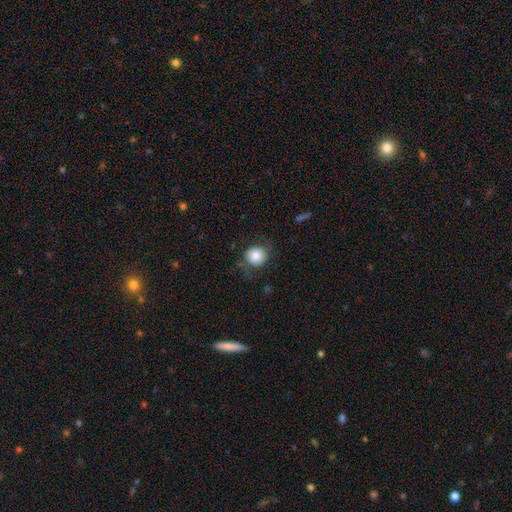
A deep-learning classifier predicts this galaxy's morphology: type=smooth (74%); roundness=round (86%); merging=none (68%).